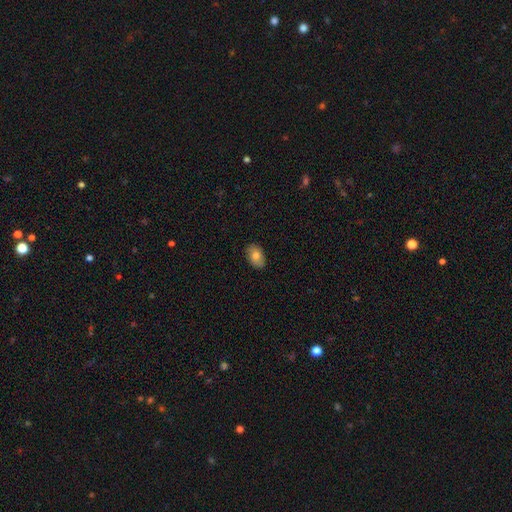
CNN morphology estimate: Smooth or featured? smooth (80%)
How rounded? in between (90%)
Merging? none (87%)